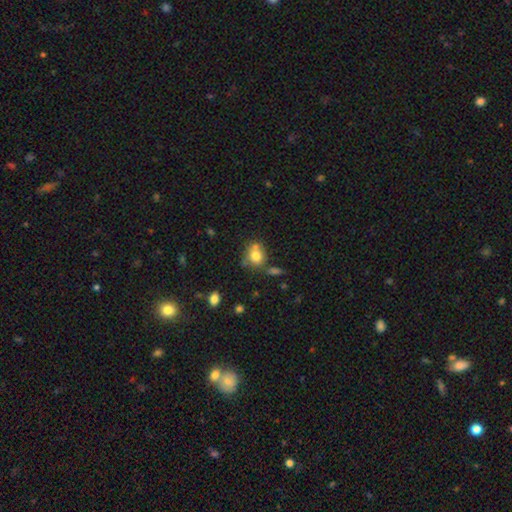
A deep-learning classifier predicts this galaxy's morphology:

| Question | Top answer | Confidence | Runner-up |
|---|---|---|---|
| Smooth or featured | smooth | 76% | featured or disk (13%) |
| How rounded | round | 63% | in between (36%) |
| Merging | none | 52% | merger (22%) |